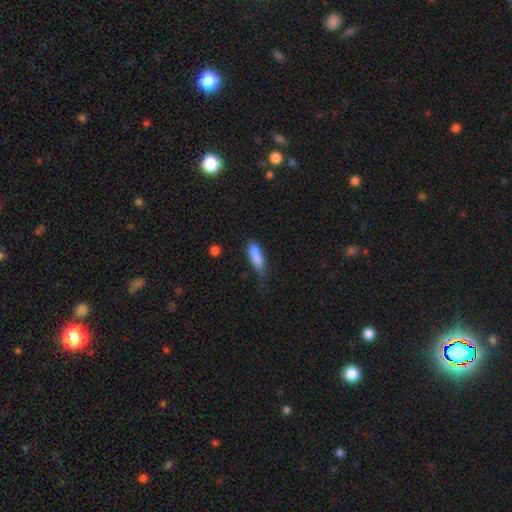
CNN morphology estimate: Smooth or featured? smooth (81%)
How rounded? in between (51%)
Merging? none (41%)